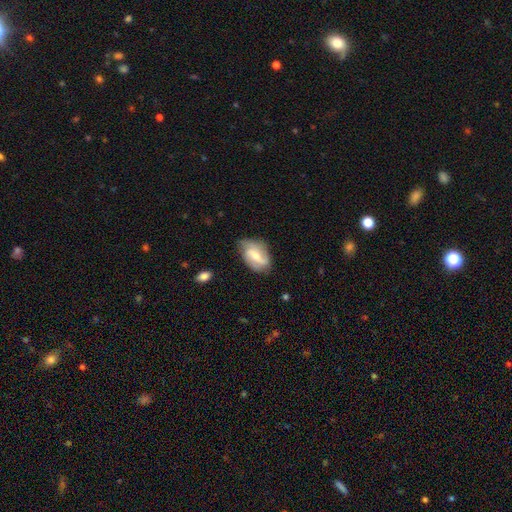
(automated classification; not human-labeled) Smooth or featured? Predicted: featured or disk (p=0.64). Edge-on disk? Predicted: no (p=0.95). Bar? Predicted: weak (p=0.46). Spiral arms? Predicted: yes (p=0.87). Spiral winding? Predicted: loose (p=0.51). Spiral arm count? Predicted: 2 (p=0.71). Bulge size? Predicted: moderate (p=0.49). Merging? Predicted: none (p=0.66).